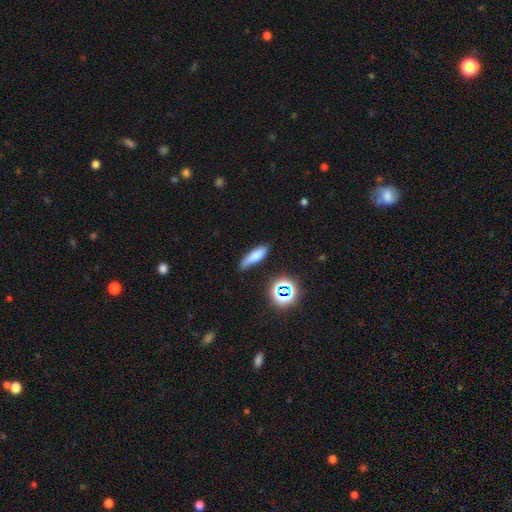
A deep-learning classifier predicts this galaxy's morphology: Overall: smooth (72%). How rounded: cigar-shaped (54%; in between 41%). Merging: none (70%).